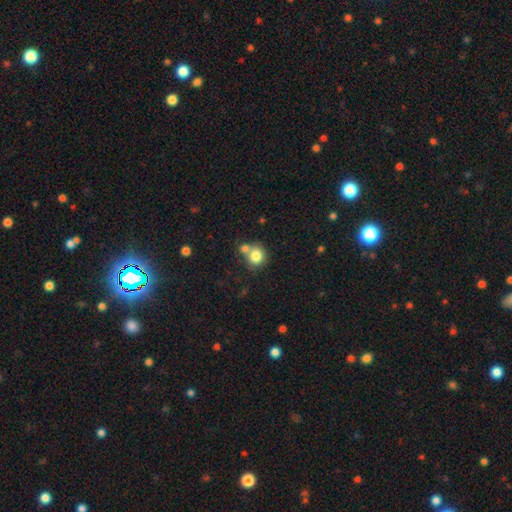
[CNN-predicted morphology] This is clearly a smooth galaxy (80%). How rounded: likely round (79%). Merging: possibly none (48%).